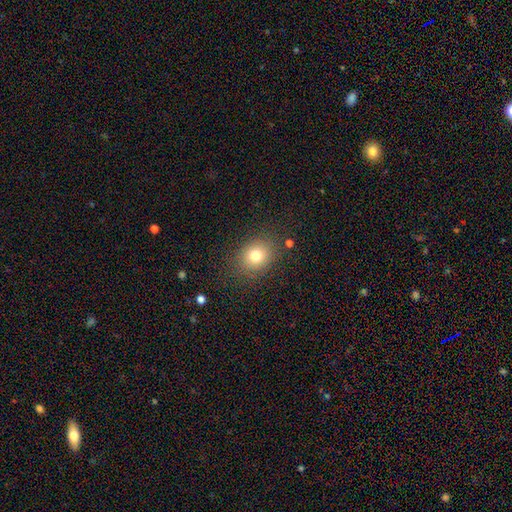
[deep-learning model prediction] This appears to be a smooth galaxy with no disk features (78%) that is round (59%). Merging: none (83%).